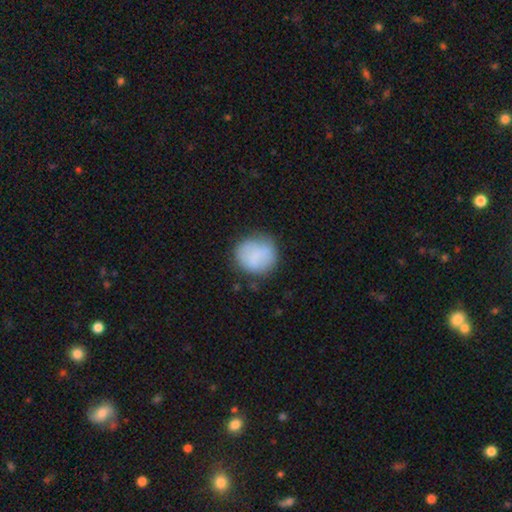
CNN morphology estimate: Q: Smooth or featured?
A: smooth (80%); runner-up: featured or disk (13%)
Q: How rounded?
A: round (85%); runner-up: in between (14%)
Q: Merging?
A: none (69%); runner-up: minor disturbance (21%)